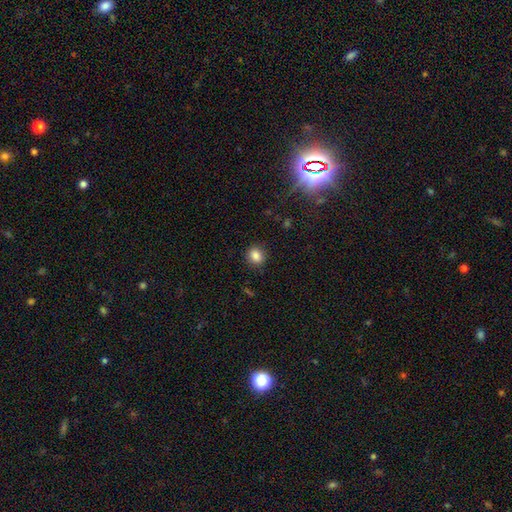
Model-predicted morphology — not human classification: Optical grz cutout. It shows a smooth galaxy with no disk features (84%) that is round (74%). Merging: none (88%).